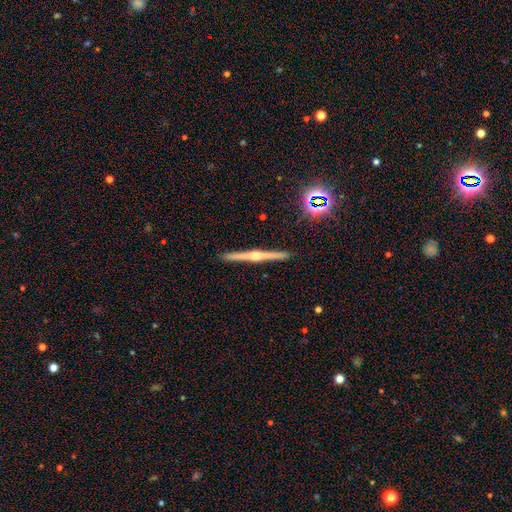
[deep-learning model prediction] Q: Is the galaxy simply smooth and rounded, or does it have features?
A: featured or disk — 80%.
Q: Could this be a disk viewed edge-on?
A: yes — 99%.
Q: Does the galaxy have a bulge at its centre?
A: rounded — 89%.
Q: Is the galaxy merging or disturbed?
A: none — 93%.